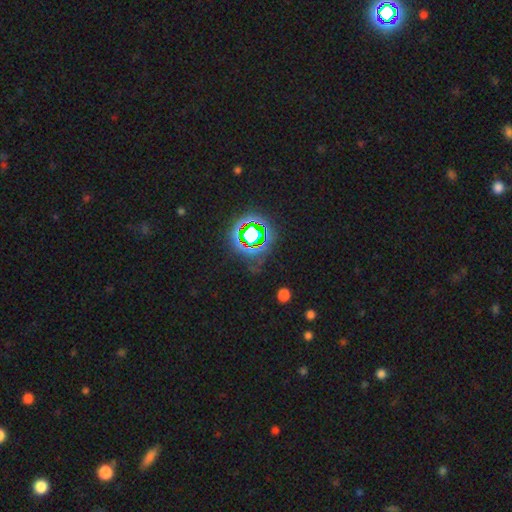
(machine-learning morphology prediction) This appears to be a star or artifact, not a galaxy (80%).